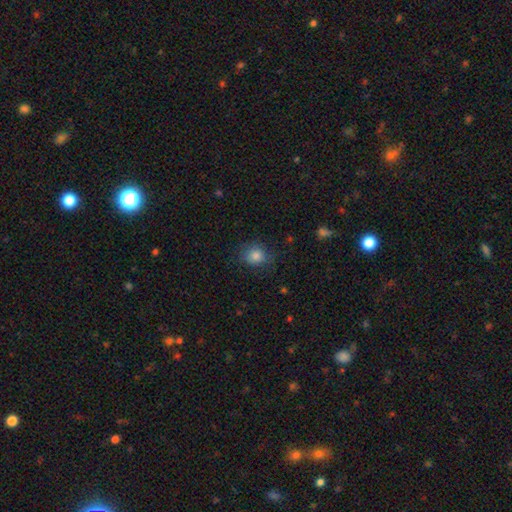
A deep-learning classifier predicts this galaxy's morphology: A smooth galaxy with no disk features (83%) that is round (74%).

Vote fractions:
- Smooth or featured? smooth: 83% / star or artifact: 11% / featured or disk: 6%
- How rounded? round: 74% / in between: 25% / cigar-shaped: 1%
- Merging? none: 77% / minor disturbance: 17% / major disturbance: 5% / merger: 1%